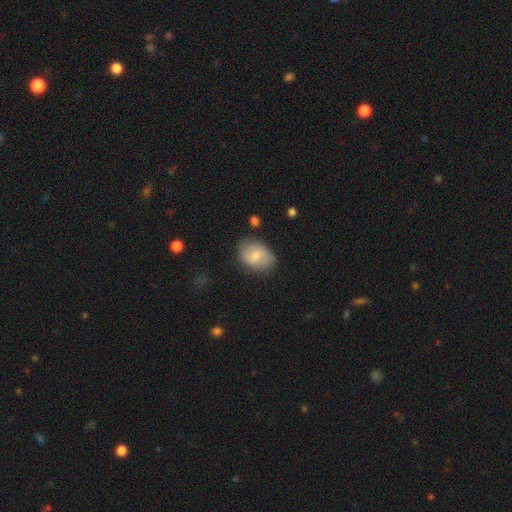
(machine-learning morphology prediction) smooth 57%, featured or disk 36%, star or artifact 7%. Down the decision tree: how rounded — in between (74%); merging — none (77%).